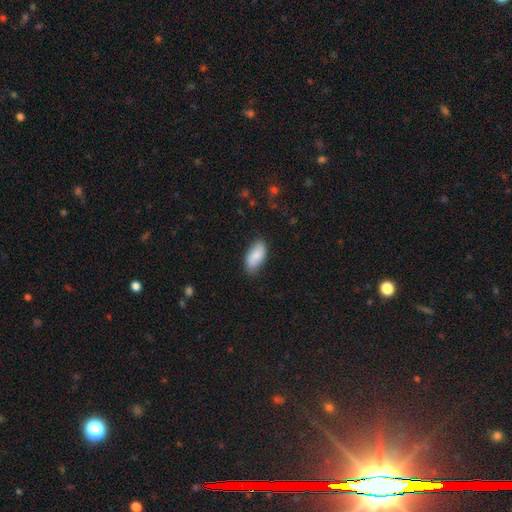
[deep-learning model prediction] smooth 83%, featured or disk 10%, star or artifact 6%. Down the decision tree: how rounded — in between (91%); merging — none (79%).